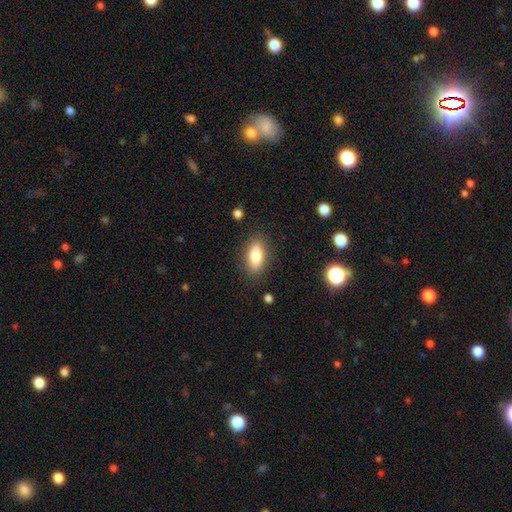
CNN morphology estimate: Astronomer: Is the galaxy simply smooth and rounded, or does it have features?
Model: smooth — 80%.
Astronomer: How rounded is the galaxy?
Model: in between — 84%.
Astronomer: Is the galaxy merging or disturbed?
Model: none — 85%.